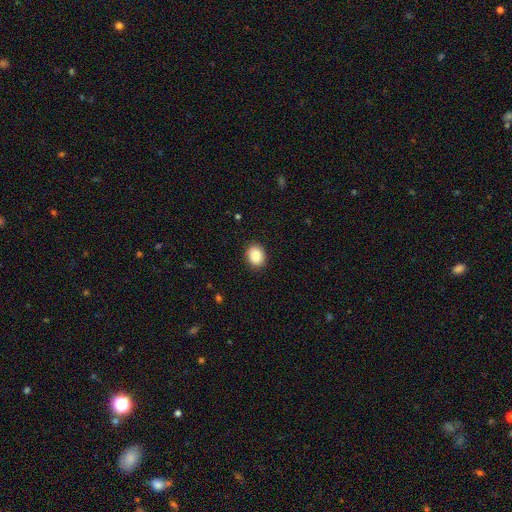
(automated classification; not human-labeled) A smooth galaxy with no disk features (88%) that is round (51%). Merging: none (89%).